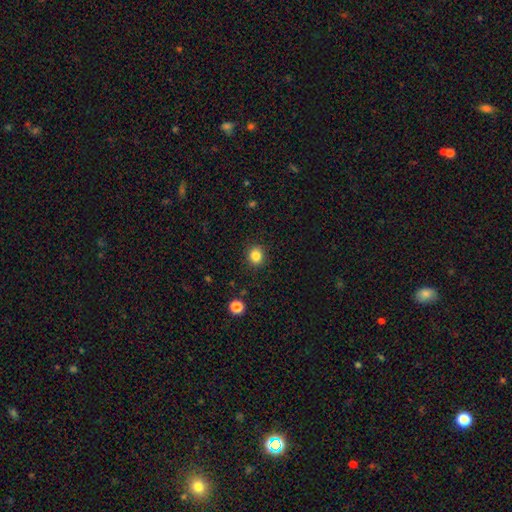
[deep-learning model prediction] Overall: smooth (84%). How rounded: round (84%). Merging: none (91%).